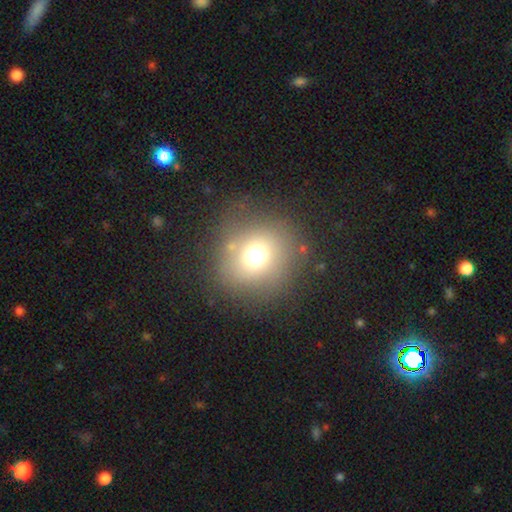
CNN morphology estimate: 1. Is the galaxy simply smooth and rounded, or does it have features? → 69% smooth, 19% star or artifact, 12% featured or disk.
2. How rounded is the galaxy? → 85% round, 14% in between, 1% cigar-shaped.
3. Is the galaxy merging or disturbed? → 79% none, 11% minor disturbance, 7% major disturbance, 2% merger.